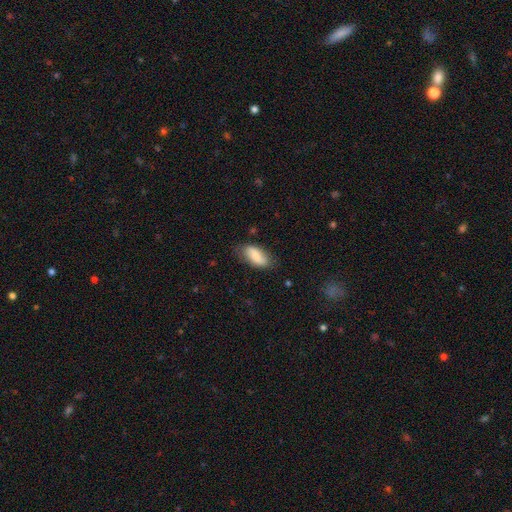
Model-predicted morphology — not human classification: Smooth or featured: smooth — 75% (featured or disk — 19%)
How rounded: in between — 90% (cigar-shaped — 7%)
Merging: none — 70% (minor disturbance — 23%)